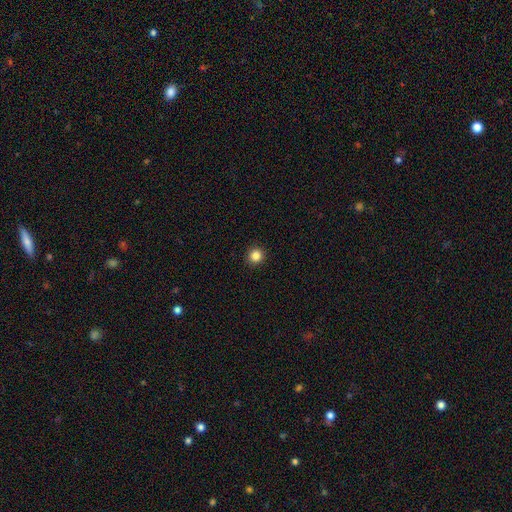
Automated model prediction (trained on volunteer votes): A smooth galaxy with no disk features (85%) that is round (94%). Merging: none (93%).